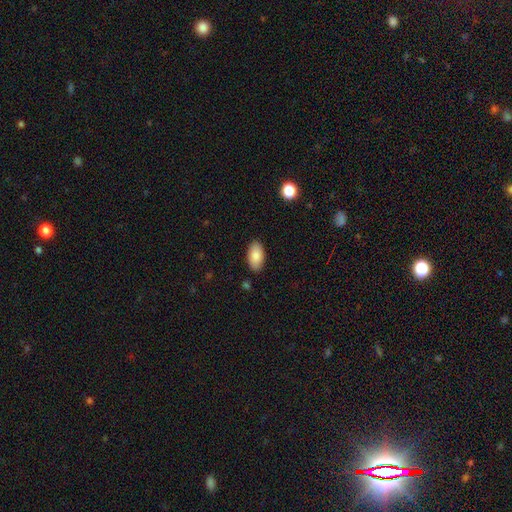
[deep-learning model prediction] smooth-or-featured: smooth: 86% | featured or disk: 7% | star or artifact: 7%
  how-rounded: in between: 95% | round: 3% | cigar-shaped: 2%
  merging: none: 87% | minor disturbance: 9% | major disturbance: 2% | merger: 1%